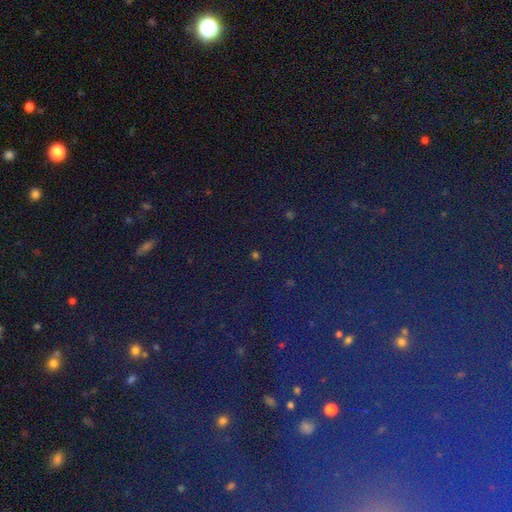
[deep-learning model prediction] The model was most divided on "smooth or featured": star or artifact: 73%, smooth: 19%, featured or disk: 8%.